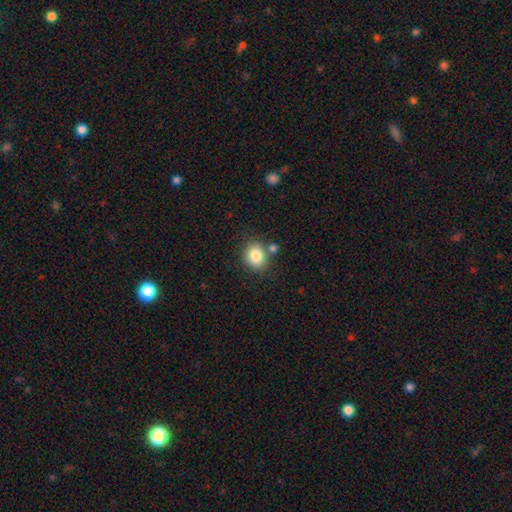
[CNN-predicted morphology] smooth 83%, star or artifact 10%, featured or disk 7%. Down the decision tree: how rounded — round (57%); merging — none (74%).